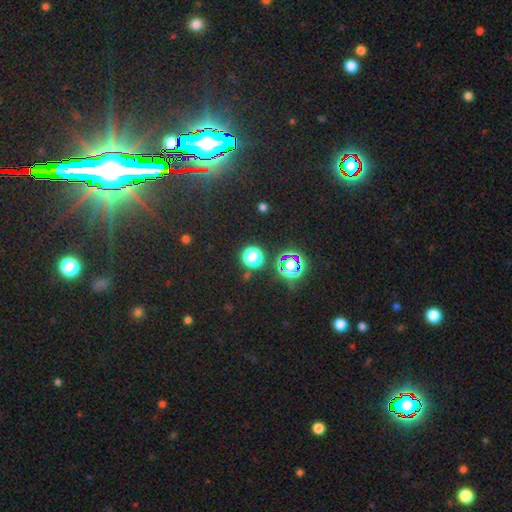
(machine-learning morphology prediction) The model was most divided on "smooth or featured": star or artifact: 82%, smooth: 10%, featured or disk: 8%.